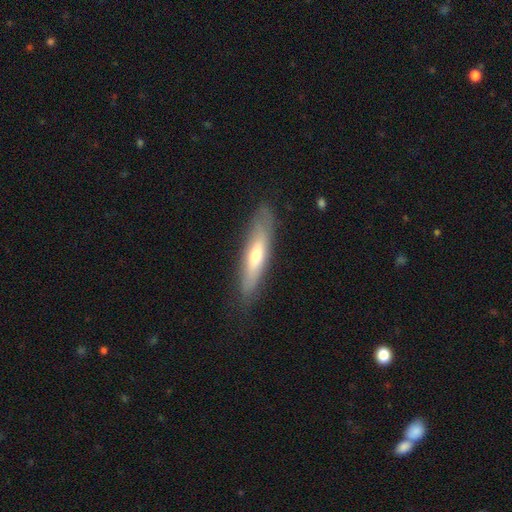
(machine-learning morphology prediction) Smooth or featured: smooth — 48% (featured or disk — 45%)
Merging: none — 81% (minor disturbance — 14%)